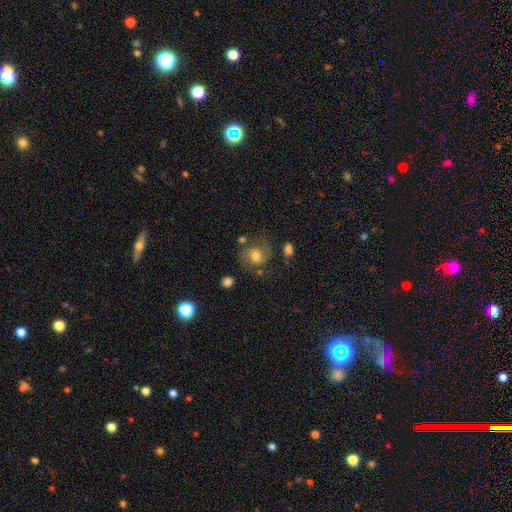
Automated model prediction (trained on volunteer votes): Overall: featured or disk (51%; smooth 39%). Edge-on disk: no (97%). Merging: none (59%; minor disturbance 20%).